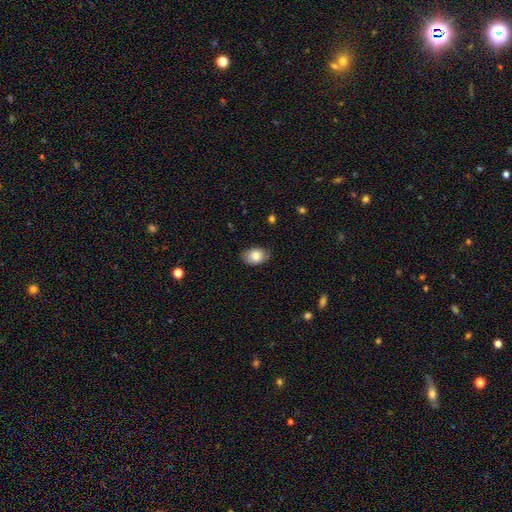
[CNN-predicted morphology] The model was most divided on "merging": none: 81%, minor disturbance: 16%, major disturbance: 3%, merger: 1%. More confident: how rounded — in between (83%); smooth or featured — smooth (81%).